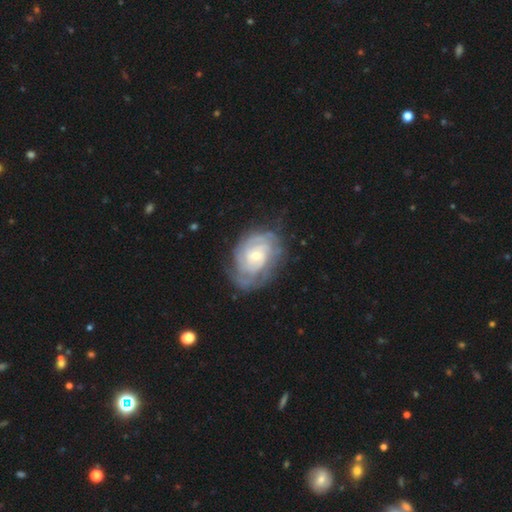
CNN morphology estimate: This appears to be a featured or disk galaxy (84%) with no bar (69%), tight (75%) spiral arms (94%) and a small central bulge (61%). Merging: none (70%).